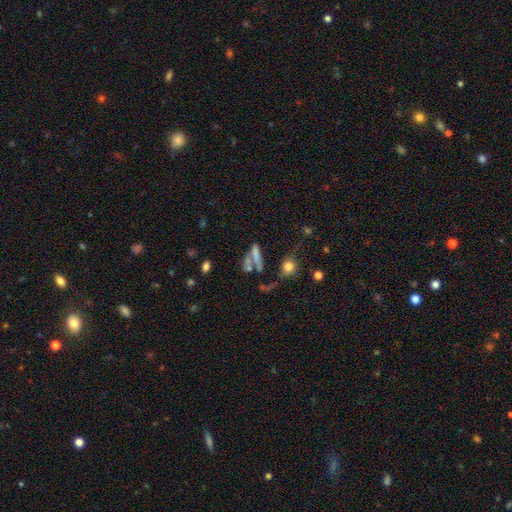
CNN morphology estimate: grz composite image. It shows a smooth galaxy with no disk features (59%) that is cigar-shaped (55%). Merging: none (37%).